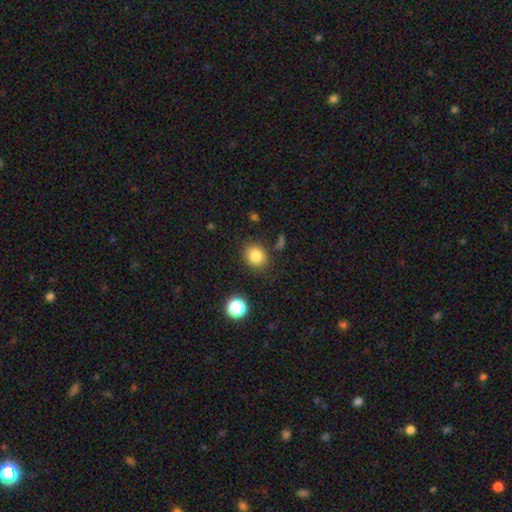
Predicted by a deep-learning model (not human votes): smooth_or_featured: smooth (p=0.83) [alt: star or artifact p=0.11]
how_rounded: round (p=0.68) [alt: in between p=0.31]
merging: none (p=0.84) [alt: minor disturbance p=0.10]